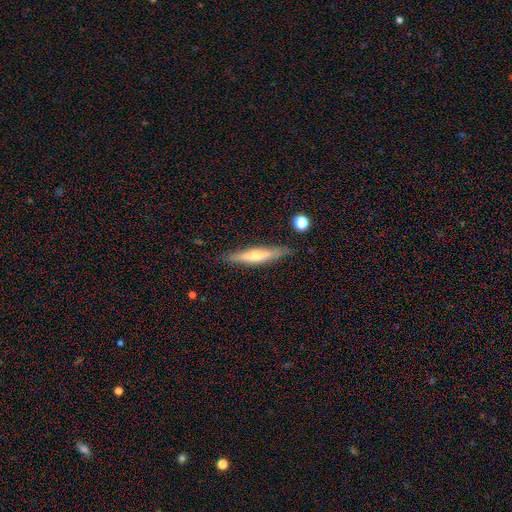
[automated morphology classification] smooth-or-featured: featured or disk: 49% | smooth: 45% | star or artifact: 6%
  merging: none: 85% | minor disturbance: 11% | major disturbance: 2% | merger: 2%